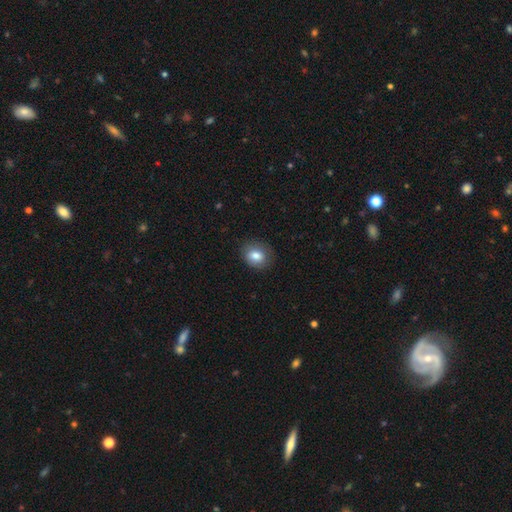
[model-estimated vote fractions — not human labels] smooth-or-featured: smooth: 82% | featured or disk: 9% | star or artifact: 9%
  how-rounded: round: 58% | in between: 42% | cigar-shaped: 1%
  merging: none: 85% | minor disturbance: 11% | major disturbance: 3% | merger: 1%